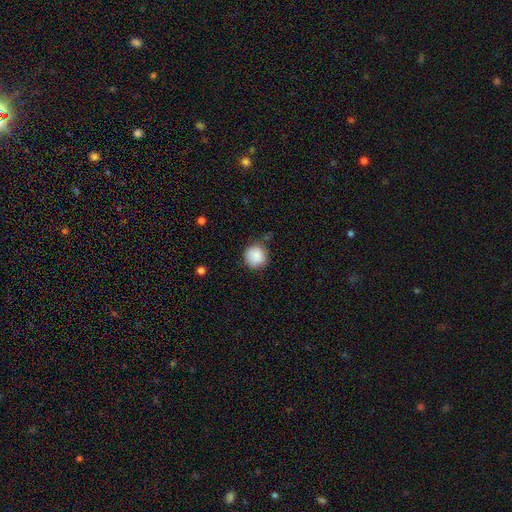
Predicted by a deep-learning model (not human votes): smooth_or_featured: smooth (p=0.87) [alt: star or artifact p=0.08]
how_rounded: round (p=0.92) [alt: in between p=0.07]
merging: none (p=0.76) [alt: minor disturbance p=0.17]